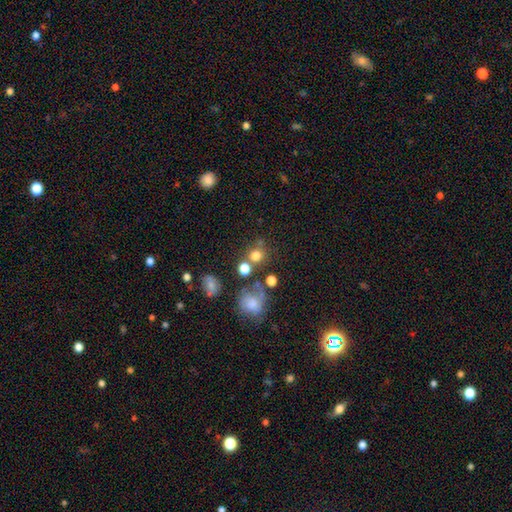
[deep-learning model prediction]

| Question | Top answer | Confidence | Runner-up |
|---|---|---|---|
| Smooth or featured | smooth | 75% | star or artifact (16%) |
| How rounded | round | 86% | in between (13%) |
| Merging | none | 61% | merger (21%) |